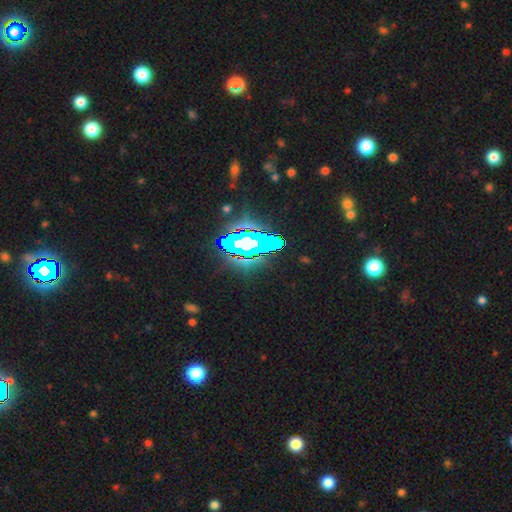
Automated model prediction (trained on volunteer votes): Q: Smooth or featured?
A: star or artifact (79%); runner-up: smooth (12%)